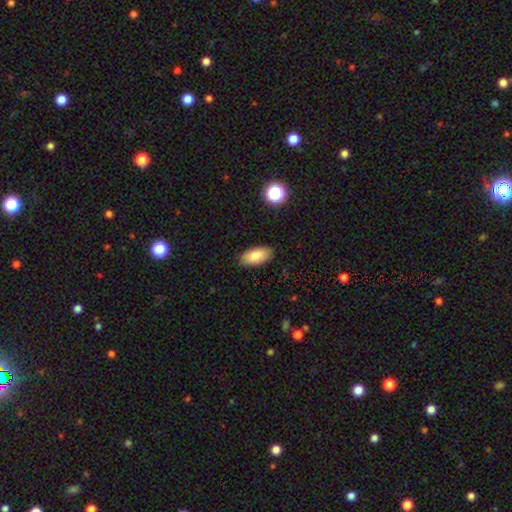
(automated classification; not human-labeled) This appears to be a smooth galaxy with no disk features (83%) that is in between round and cigar-shaped (92%). Merging: none (87%).